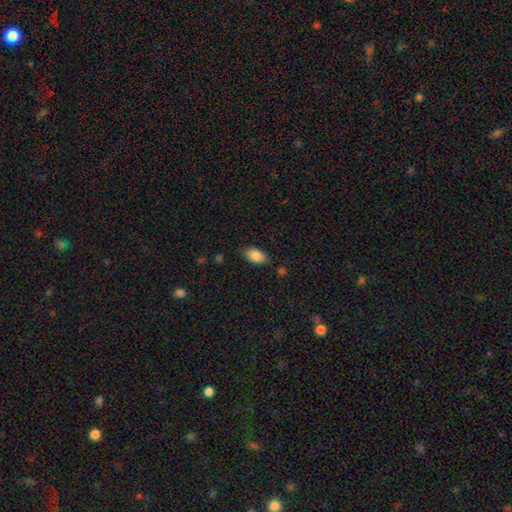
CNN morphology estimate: Smooth or featured: smooth — 86% (star or artifact — 8%)
How rounded: in between — 92% (round — 6%)
Merging: none — 81% (minor disturbance — 14%)